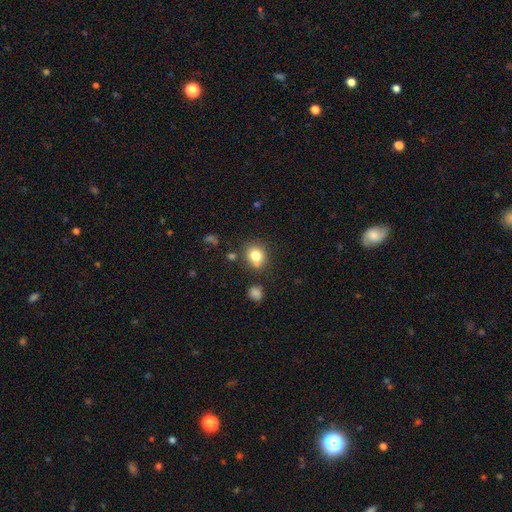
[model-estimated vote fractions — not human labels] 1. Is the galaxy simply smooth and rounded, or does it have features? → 80% smooth, 11% star or artifact, 9% featured or disk.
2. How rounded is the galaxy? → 71% round, 28% in between, 1% cigar-shaped.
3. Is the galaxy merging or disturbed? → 70% none, 15% minor disturbance, 11% merger, 4% major disturbance.